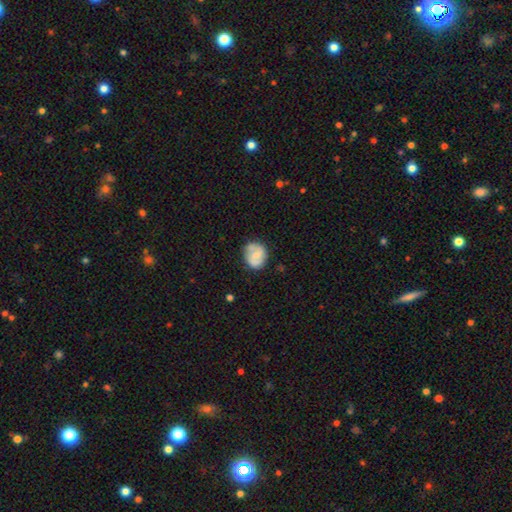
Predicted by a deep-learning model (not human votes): Morphology: type=smooth (51%); roundness=round (69%); merging=none (68%).